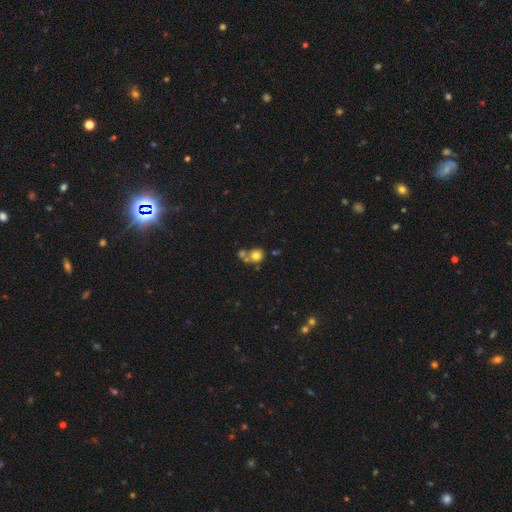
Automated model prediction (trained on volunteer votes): Smooth or featured?
  - smooth: 74% *
  - featured or disk: 14%
  - star or artifact: 12%
How rounded?
  - round: 79% *
  - in between: 20%
  - cigar-shaped: 1%
Merging?
  - none: 43% *
  - merger: 42%
  - minor disturbance: 10%
  - major disturbance: 5%